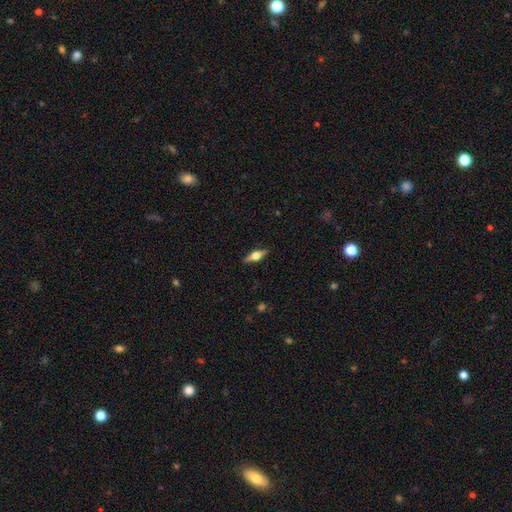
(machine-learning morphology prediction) Smooth or featured: featured or disk — 65% (smooth — 28%)
Edge-on disk: yes — 96% (no — 4%)
Edge-on bulge: rounded — 94% (boxy — 5%)
Merging: none — 89% (minor disturbance — 8%)